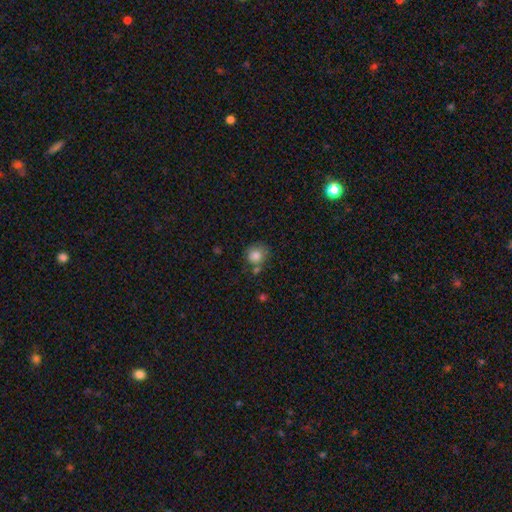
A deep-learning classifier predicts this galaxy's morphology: A smooth galaxy with no disk features (83%) that is round (84%).

Vote fractions:
- Smooth or featured? smooth: 83% / star or artifact: 9% / featured or disk: 8%
- How rounded? round: 84% / in between: 16% / cigar-shaped: 1%
- Merging? none: 60% / minor disturbance: 20% / merger: 13% / major disturbance: 6%